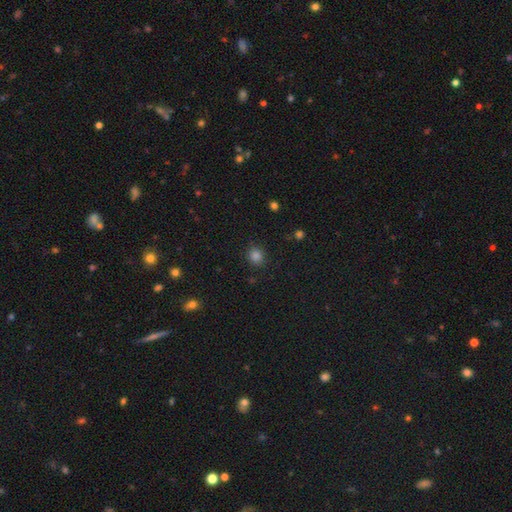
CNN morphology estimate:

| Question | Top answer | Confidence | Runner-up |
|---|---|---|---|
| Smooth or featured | smooth | 83% | star or artifact (14%) |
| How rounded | round | 87% | in between (12%) |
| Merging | none | 89% | minor disturbance (7%) |